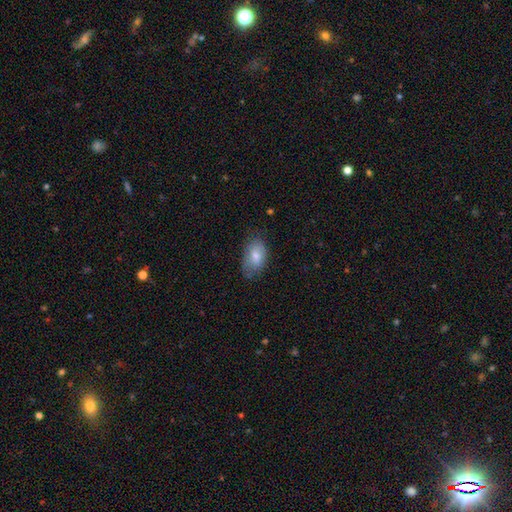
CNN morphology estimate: A smooth galaxy with no disk features (68%) that is in between round and cigar-shaped (90%).

Vote fractions:
- Smooth or featured? smooth: 68% / featured or disk: 23% / star or artifact: 9%
- How rounded? in between: 90% / round: 8% / cigar-shaped: 2%
- Merging? none: 66% / minor disturbance: 26% / major disturbance: 7% / merger: 1%